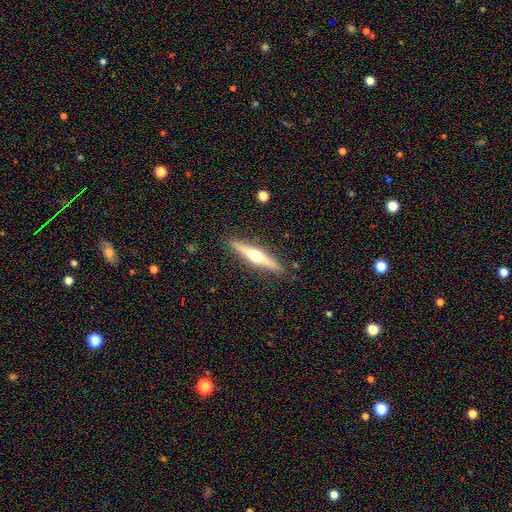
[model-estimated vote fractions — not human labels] smooth-or-featured: featured or disk: 70% | smooth: 24% | star or artifact: 5%
  disk-edge-on: yes: 97% | no: 3%
    edge-on-bulge: rounded: 94% | none: 3% | boxy: 3%
  merging: none: 90% | minor disturbance: 8% | major disturbance: 2% | merger: 1%